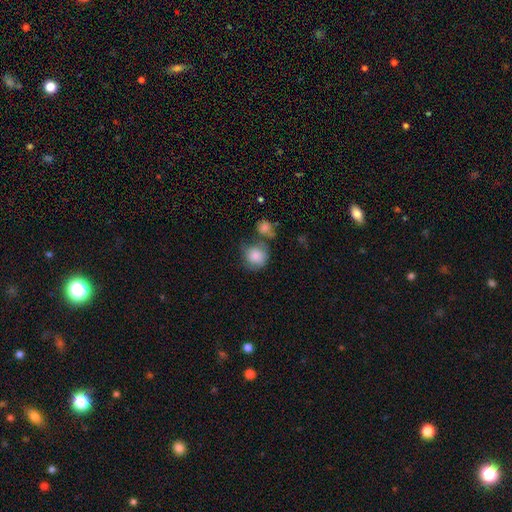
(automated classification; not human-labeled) A smooth galaxy with no disk features (82%) that is round (85%). Merging: none (44%).